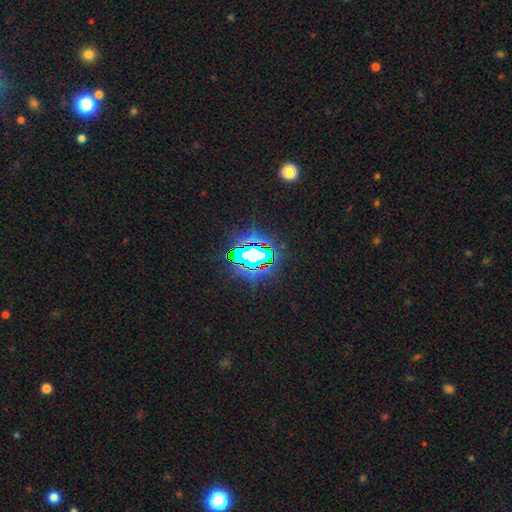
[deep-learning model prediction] A star or artifact, not a galaxy (72%).